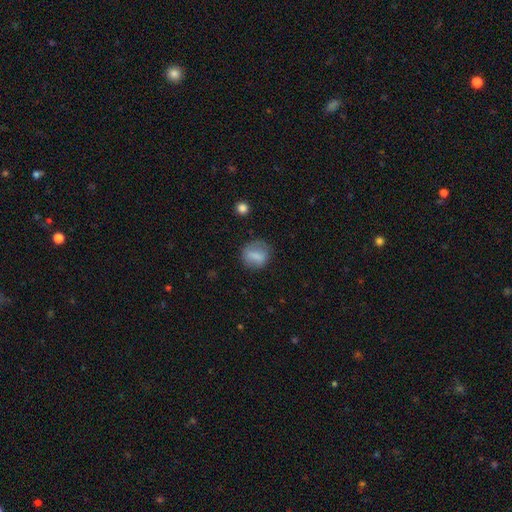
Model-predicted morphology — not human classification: Q: Smooth or featured?
A: smooth (73%); runner-up: featured or disk (18%)
Q: How rounded?
A: round (65%); runner-up: in between (32%)
Q: Merging?
A: none (73%); runner-up: minor disturbance (18%)